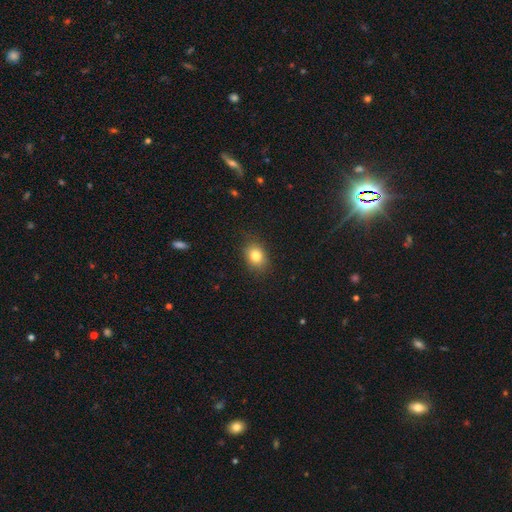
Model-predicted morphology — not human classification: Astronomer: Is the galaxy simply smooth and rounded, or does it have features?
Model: smooth — 81%.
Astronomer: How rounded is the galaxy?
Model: in between — 52% (runner-up: round, 47%).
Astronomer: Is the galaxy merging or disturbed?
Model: none — 84%.